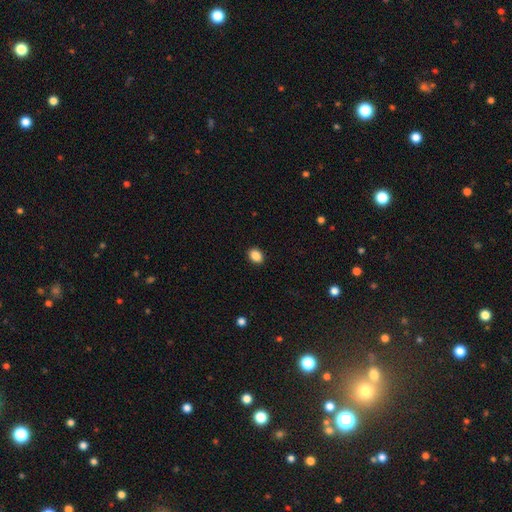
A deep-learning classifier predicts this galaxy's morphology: This is clearly a smooth galaxy (88%). How rounded: likely in between (68%). Merging: clearly none (91%).